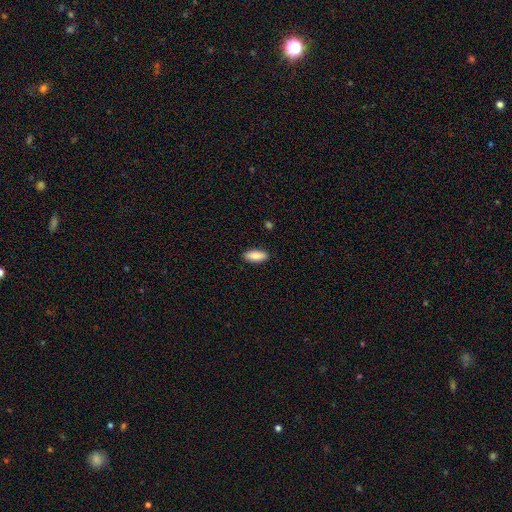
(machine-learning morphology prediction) Smooth or featured: smooth — 87% (featured or disk — 7%)
How rounded: in between — 80% (cigar-shaped — 18%)
Merging: none — 89% (minor disturbance — 8%)